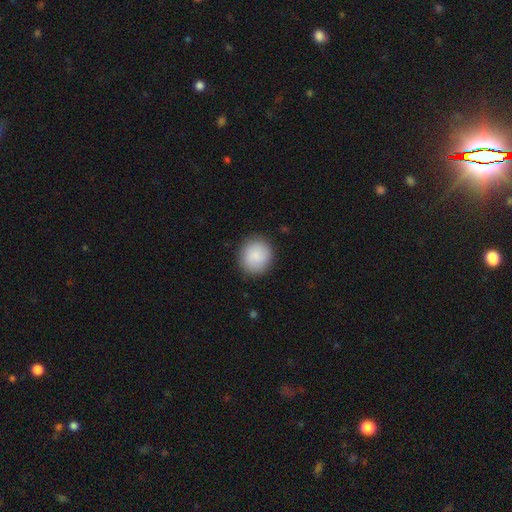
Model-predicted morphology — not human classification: A smooth galaxy with no disk features (87%) that is round (89%).

Vote fractions:
- Smooth or featured? smooth: 87% / star or artifact: 7% / featured or disk: 6%
- How rounded? round: 89% / in between: 10% / cigar-shaped: 1%
- Merging? none: 88% / minor disturbance: 8% / major disturbance: 3% / merger: 1%